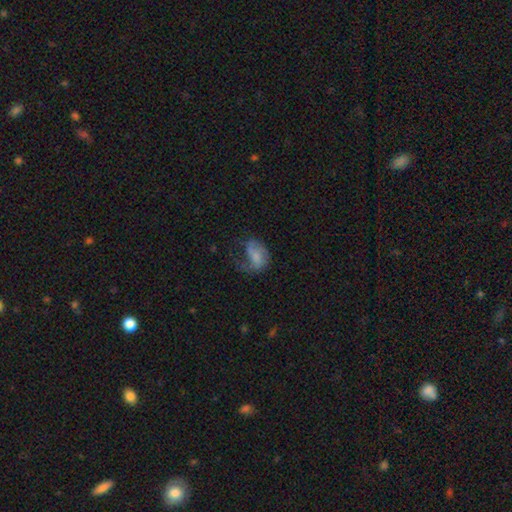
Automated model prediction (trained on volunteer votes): This appears to be a smooth galaxy with no disk features (56%) that is in between round and cigar-shaped (81%). Merging: major disturbance (49%).